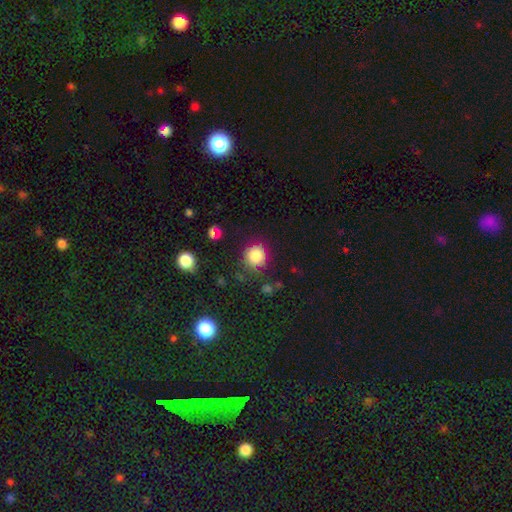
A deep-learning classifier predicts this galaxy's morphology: Smooth or featured? Predicted: smooth (p=0.83). How rounded? Predicted: round (p=0.90). Merging? Predicted: none (p=0.76).